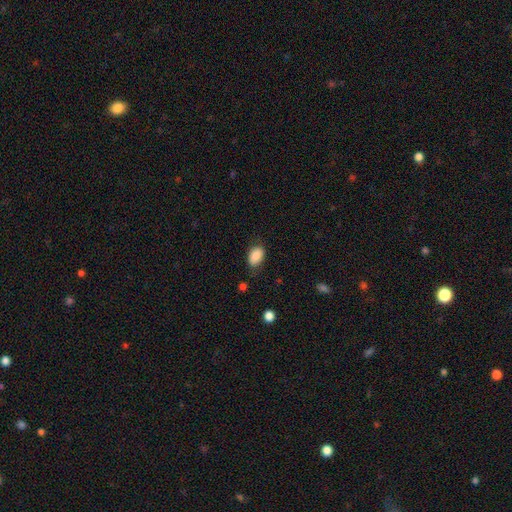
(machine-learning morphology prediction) Overall: smooth (88%). How rounded: in between (87%). Merging: none (74%).